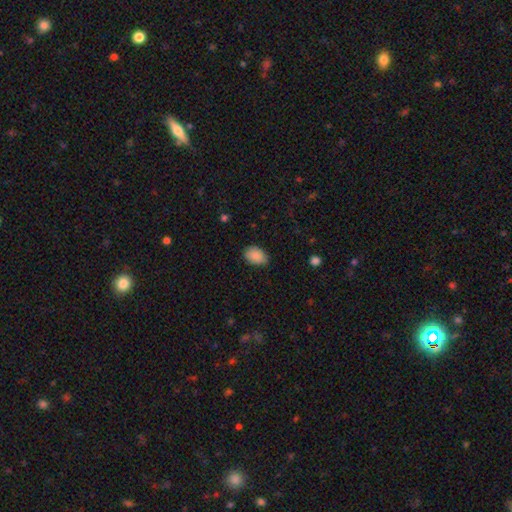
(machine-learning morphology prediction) Smooth or featured?
  - smooth: 88% *
  - star or artifact: 7%
  - featured or disk: 5%
How rounded?
  - in between: 81% *
  - round: 18%
  - cigar-shaped: 1%
Merging?
  - none: 79% *
  - minor disturbance: 17%
  - major disturbance: 3%
  - merger: 1%